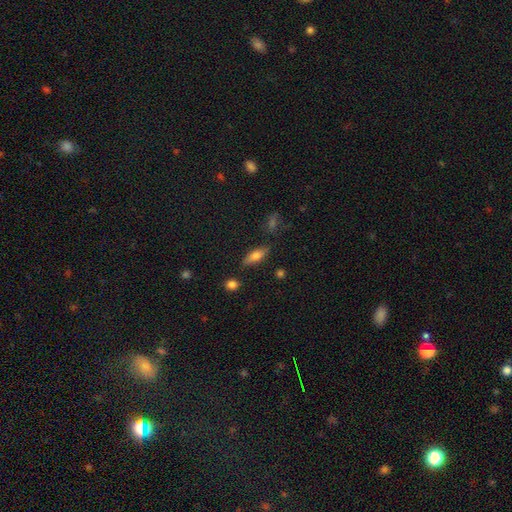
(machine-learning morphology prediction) A smooth galaxy with no disk features (68%) that is in between round and cigar-shaped (64%).

Vote fractions:
- Smooth or featured? smooth: 68% / featured or disk: 25% / star or artifact: 8%
- How rounded? in between: 64% / cigar-shaped: 32% / round: 3%
- Merging? none: 79% / minor disturbance: 14% / major disturbance: 3% / merger: 3%